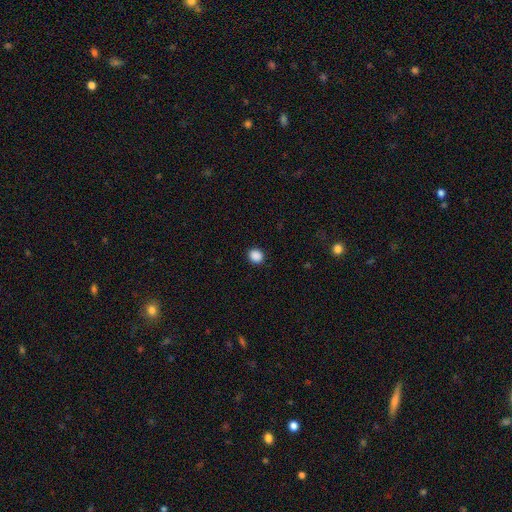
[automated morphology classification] Q: Smooth or featured?
A: smooth (88%); runner-up: star or artifact (10%)
Q: How rounded?
A: round (77%); runner-up: in between (22%)
Q: Merging?
A: none (91%); runner-up: minor disturbance (6%)